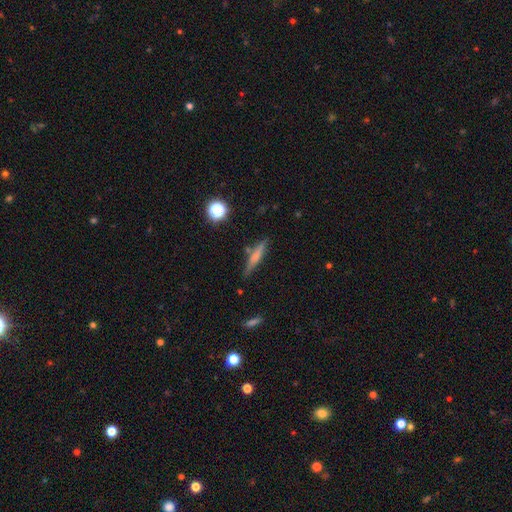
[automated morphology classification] type=smooth (56%); roundness=cigar-shaped (87%); merging=none (79%).